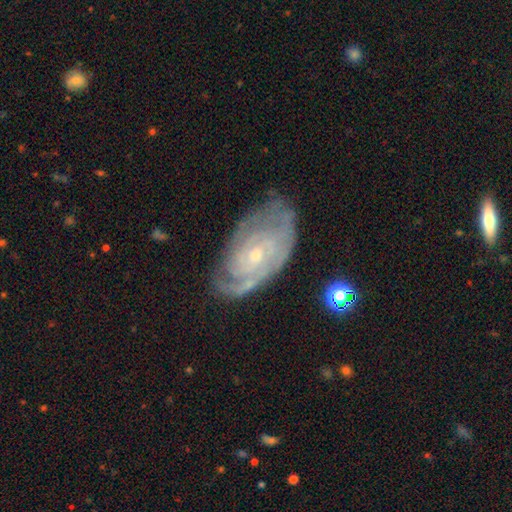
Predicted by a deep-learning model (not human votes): Smooth or featured: featured or disk — 83% (smooth — 11%)
Edge-on disk: no — 95% (yes — 5%)
Bar: no — 69% (weak — 27%)
Spiral arms: yes — 94% (no — 6%)
Spiral winding: tight — 69% (medium — 25%)
Spiral arm count: can't tell — 38% (2 — 28%)
Bulge size: small — 67% (moderate — 29%)
Merging: none — 68% (minor disturbance — 22%)